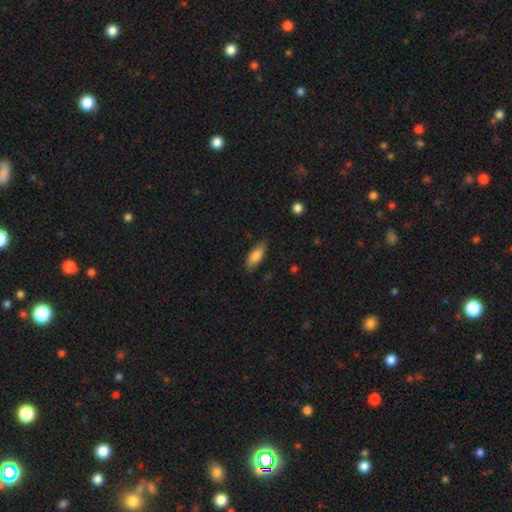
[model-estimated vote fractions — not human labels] Q: Smooth or featured?
A: smooth (81%); runner-up: featured or disk (12%)
Q: How rounded?
A: in between (73%); runner-up: cigar-shaped (25%)
Q: Merging?
A: none (79%); runner-up: minor disturbance (17%)